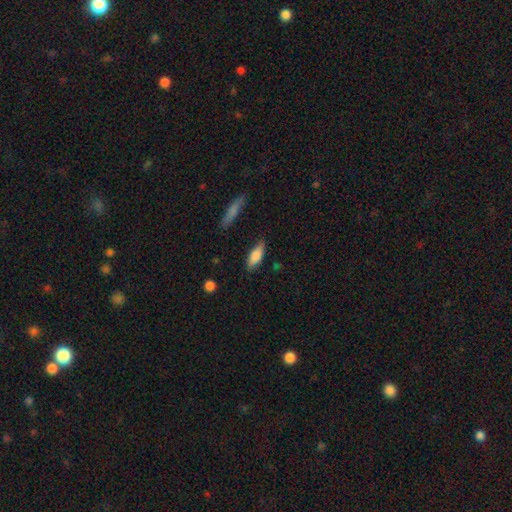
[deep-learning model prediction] This is clearly a smooth galaxy (82%). How rounded: likely in between (71%). Merging: clearly none (81%).